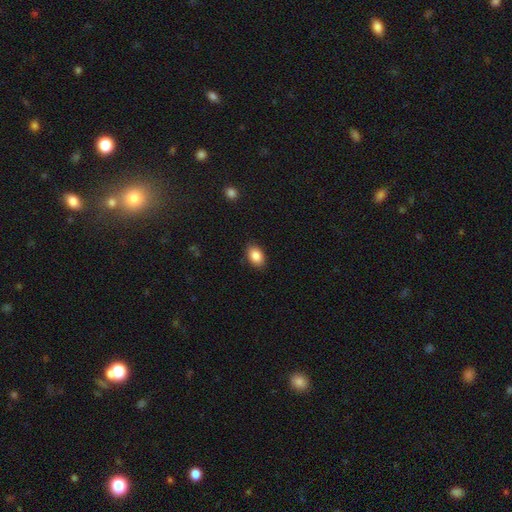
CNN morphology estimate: Smooth or featured?
  - smooth: 87% *
  - star or artifact: 8%
  - featured or disk: 5%
How rounded?
  - in between: 87% *
  - round: 12%
  - cigar-shaped: 1%
Merging?
  - none: 87% *
  - minor disturbance: 10%
  - major disturbance: 2%
  - merger: 1%